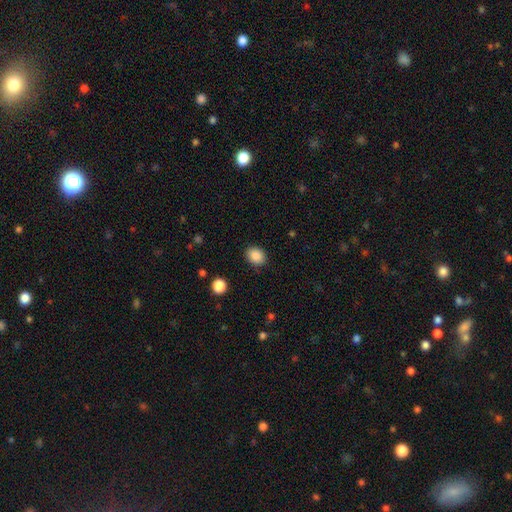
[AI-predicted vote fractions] This is clearly a smooth galaxy (87%). How rounded: possibly in between (53%). Merging: clearly none (88%).